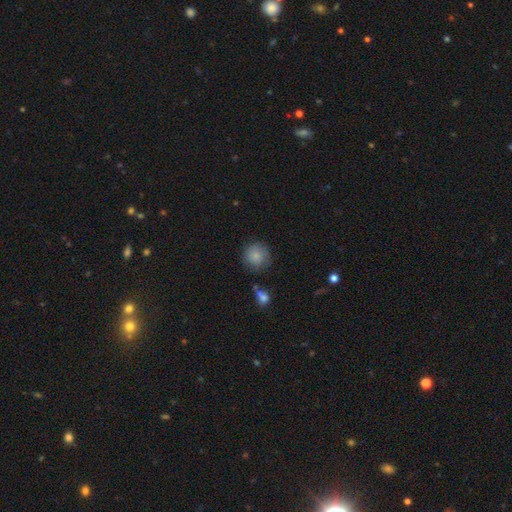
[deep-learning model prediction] smooth 83%, star or artifact 9%, featured or disk 8%. Down the decision tree: how rounded — round (93%); merging — none (77%).